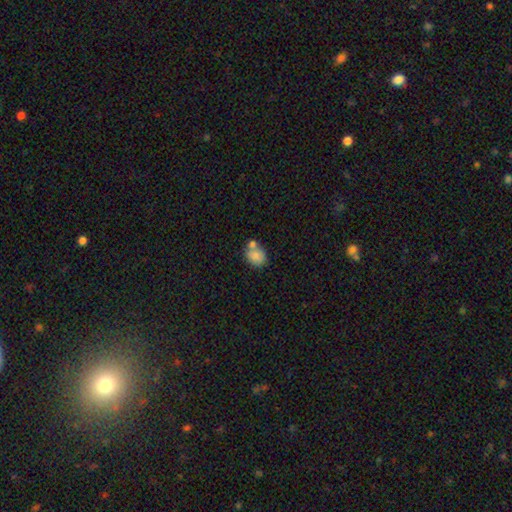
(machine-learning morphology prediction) Smooth or featured: smooth — 81% (featured or disk — 10%)
How rounded: round — 52% (in between — 47%)
Merging: none — 50% (merger — 32%)